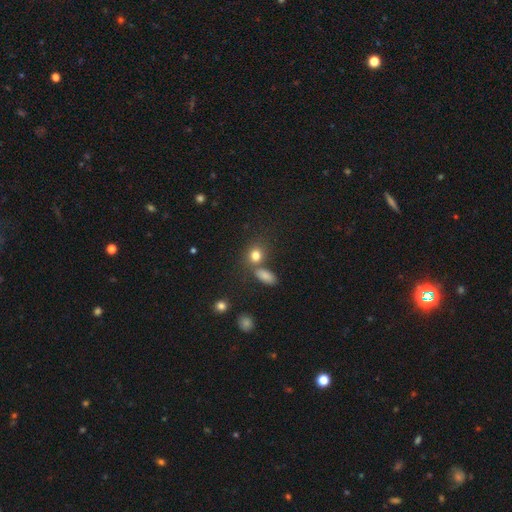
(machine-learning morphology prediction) smooth-or-featured: smooth: 79% | star or artifact: 12% | featured or disk: 9%
  how-rounded: round: 61% | in between: 37% | cigar-shaped: 2%
  merging: none: 58% | merger: 25% | minor disturbance: 12% | major disturbance: 5%